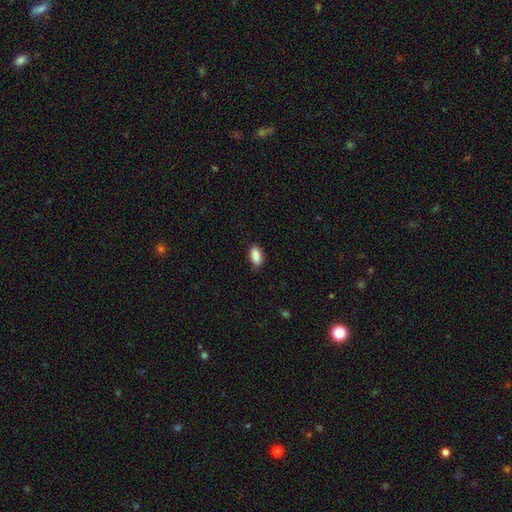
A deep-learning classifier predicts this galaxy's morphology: Smooth or featured? Predicted: smooth (p=0.90). How rounded? Predicted: in between (p=0.93). Merging? Predicted: none (p=0.84).